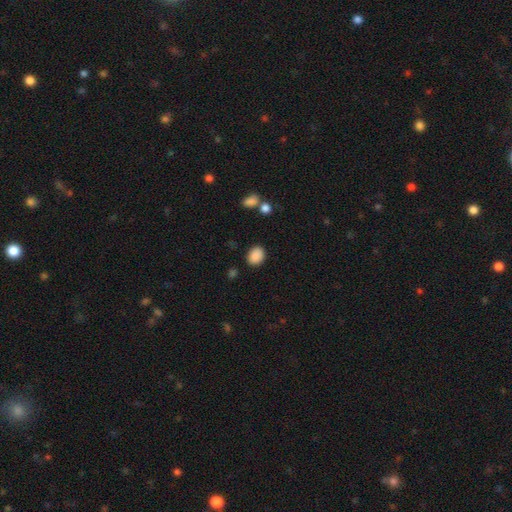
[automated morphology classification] This is clearly a smooth galaxy (88%). How rounded: likely in between (65%). Merging: clearly none (84%).